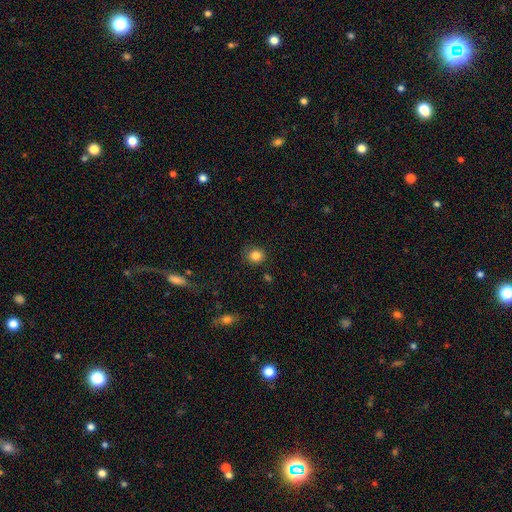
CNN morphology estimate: Q: Smooth or featured?
A: smooth (84%); runner-up: star or artifact (11%)
Q: How rounded?
A: round (80%); runner-up: in between (19%)
Q: Merging?
A: none (84%); runner-up: minor disturbance (11%)